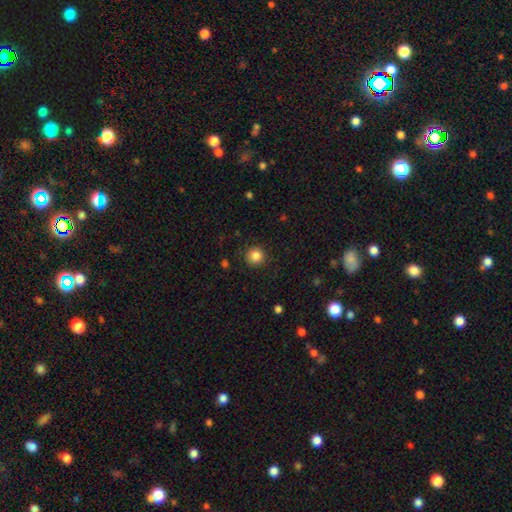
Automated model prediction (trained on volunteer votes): Q: Smooth or featured?
A: smooth (85%); runner-up: star or artifact (10%)
Q: How rounded?
A: round (94%); runner-up: in between (5%)
Q: Merging?
A: none (89%); runner-up: minor disturbance (7%)